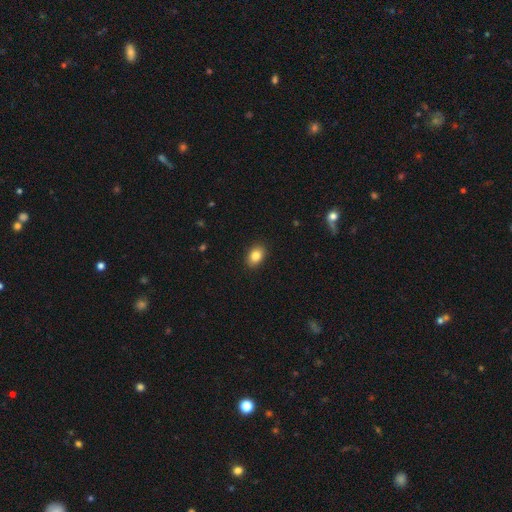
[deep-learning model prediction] Smooth or featured: smooth — 84% (star or artifact — 9%)
How rounded: in between — 76% (round — 23%)
Merging: none — 90% (minor disturbance — 8%)